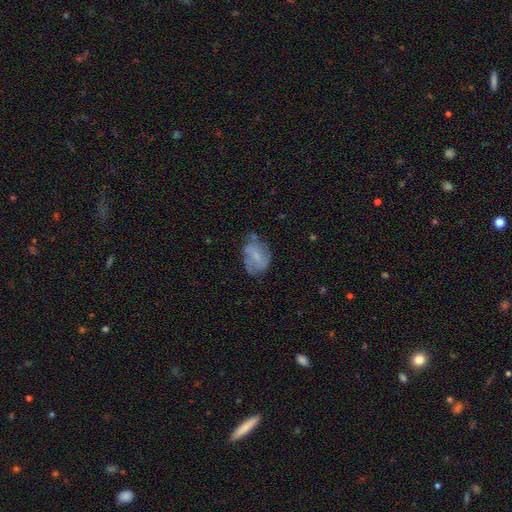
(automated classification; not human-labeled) A featured or disk galaxy (53%) with no bar (46%), spiral arms (65%) and no central bulge (46%). Merging: none (50%).